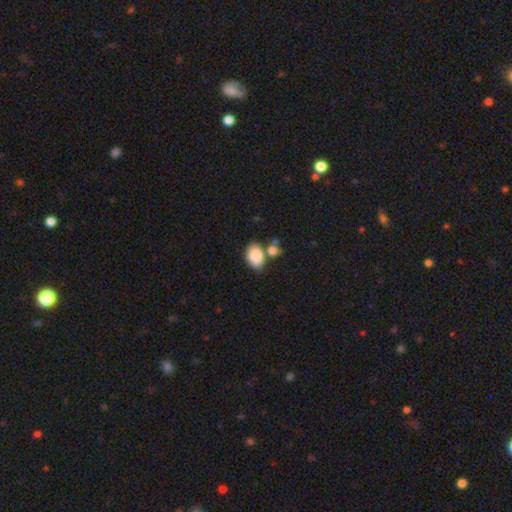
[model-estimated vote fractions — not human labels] Smooth or featured? Predicted: smooth (p=0.86). How rounded? Predicted: in between (p=0.84). Merging? Predicted: none (p=0.55).